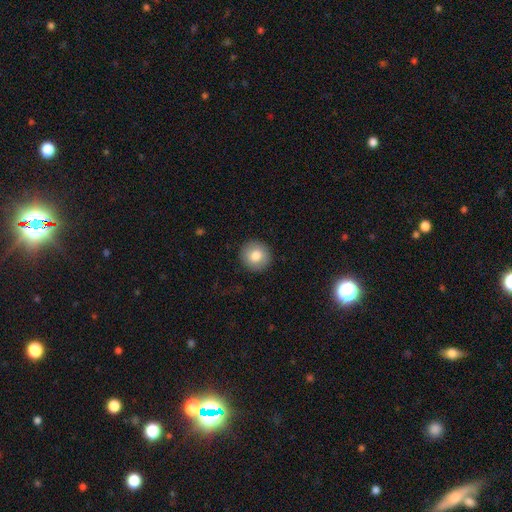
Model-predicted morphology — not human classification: Smooth or featured?
  - smooth: 81% *
  - featured or disk: 11%
  - star or artifact: 8%
How rounded?
  - round: 93% *
  - in between: 6%
  - cigar-shaped: 1%
Merging?
  - none: 91% *
  - minor disturbance: 6%
  - major disturbance: 2%
  - merger: 1%